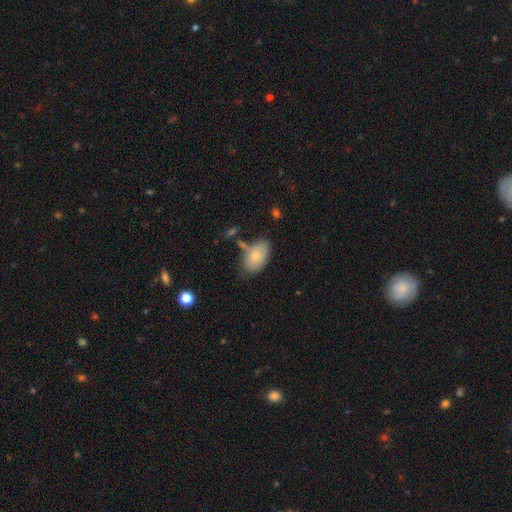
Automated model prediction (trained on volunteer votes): smooth 78%, featured or disk 15%, star or artifact 7%. Down the decision tree: how rounded — in between (91%); merging — none (58%).